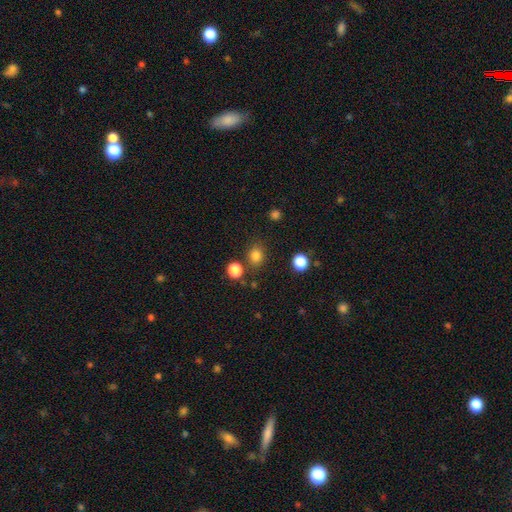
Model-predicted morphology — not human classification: Overall: smooth (82%). How rounded: round (71%). Merging: none (82%).